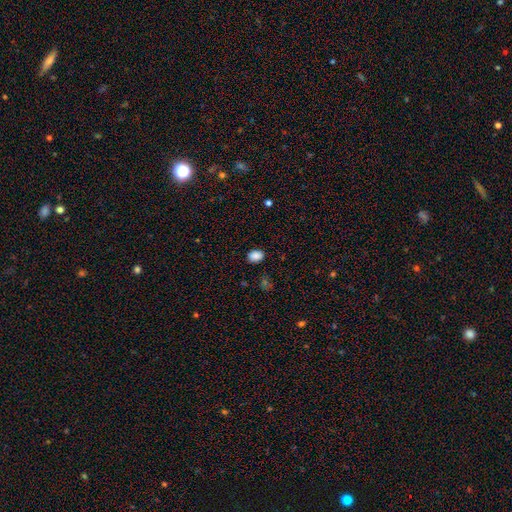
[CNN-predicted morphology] smooth-or-featured: smooth: 87% | star or artifact: 10% | featured or disk: 3%
  how-rounded: in between: 67% | round: 32% | cigar-shaped: 1%
  merging: none: 87% | minor disturbance: 9% | major disturbance: 2% | merger: 1%